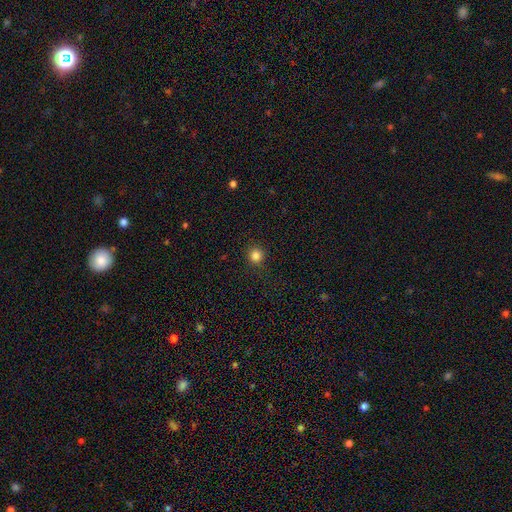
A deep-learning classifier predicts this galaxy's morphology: This appears to be a smooth galaxy with no disk features (83%) that is round (94%). Merging: none (89%).